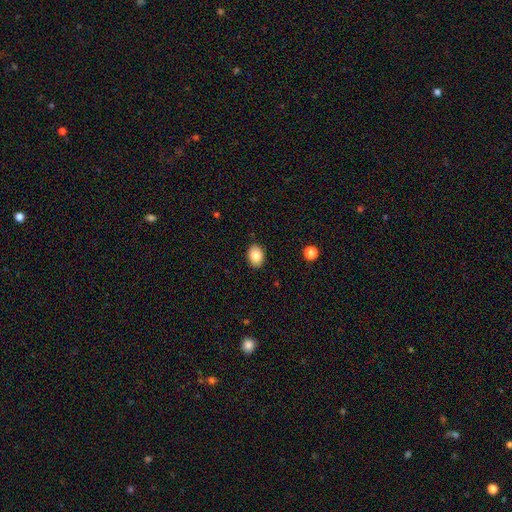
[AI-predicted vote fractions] smooth-or-featured: smooth: 85% | star or artifact: 8% | featured or disk: 7%
  how-rounded: in between: 77% | round: 22% | cigar-shaped: 1%
  merging: none: 88% | minor disturbance: 9% | major disturbance: 2% | merger: 1%